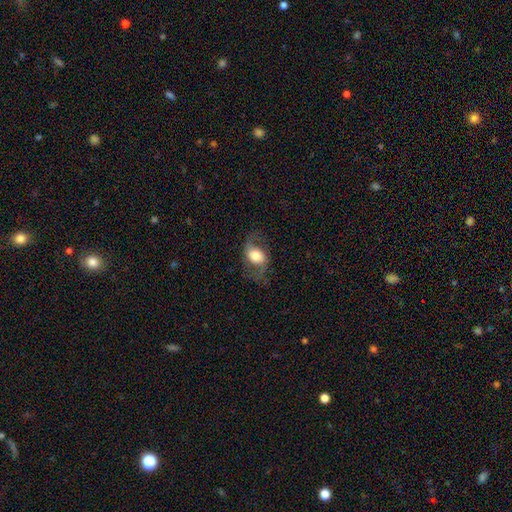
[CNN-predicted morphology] smooth_or_featured: featured or disk (p=0.59) [alt: smooth p=0.34]
disk_edge_on: no (p=0.94) [alt: yes p=0.06]
bar: no (p=0.57) [alt: weak p=0.31]
has_spiral_arms: yes (p=0.83) [alt: no p=0.17]
bulge_size: moderate (p=0.41) [tied with: large p=0.41]
merging: none (p=0.67) [alt: minor disturbance p=0.17]